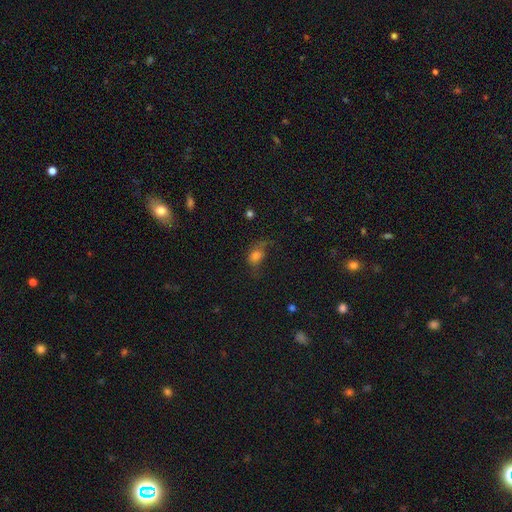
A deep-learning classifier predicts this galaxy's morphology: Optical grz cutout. It shows a smooth galaxy with no disk features (69%) that is in between round and cigar-shaped (69%). Merging: none (35%, tied with major disturbance).